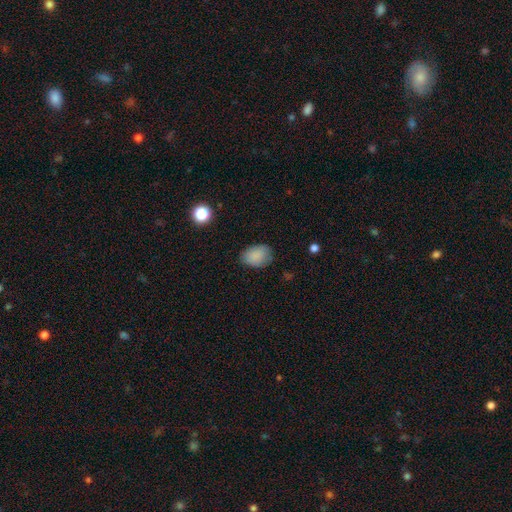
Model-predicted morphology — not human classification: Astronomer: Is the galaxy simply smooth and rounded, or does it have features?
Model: smooth — 86%.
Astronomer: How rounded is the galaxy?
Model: in between — 77%.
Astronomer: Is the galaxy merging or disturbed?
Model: none — 77%.